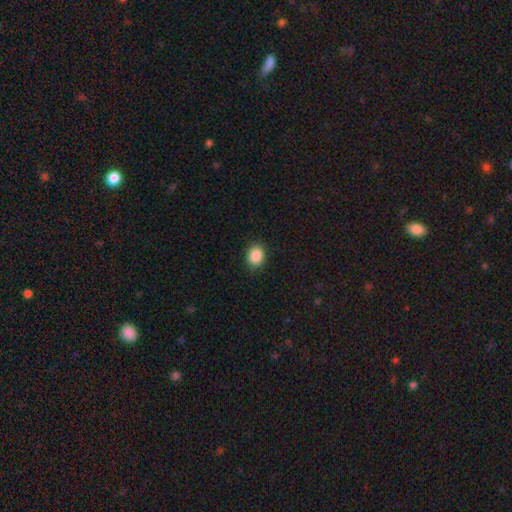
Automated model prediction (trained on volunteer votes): Smooth or featured? Predicted: smooth (p=0.87). How rounded? Predicted: in between (p=0.52). Merging? Predicted: none (p=0.88).